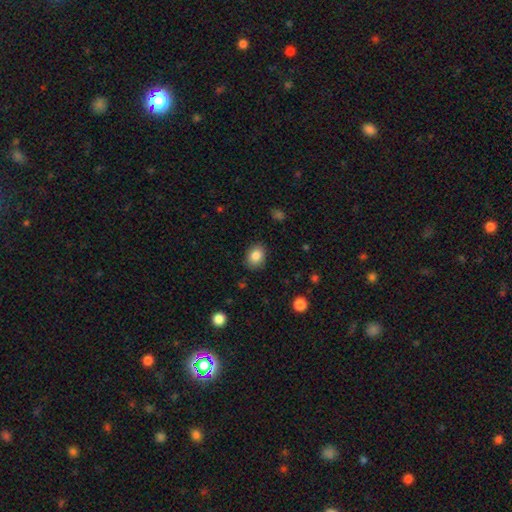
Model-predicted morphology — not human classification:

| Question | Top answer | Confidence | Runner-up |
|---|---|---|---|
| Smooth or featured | smooth | 85% | star or artifact (9%) |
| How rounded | in between | 56% | round (43%) |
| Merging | none | 85% | minor disturbance (12%) |